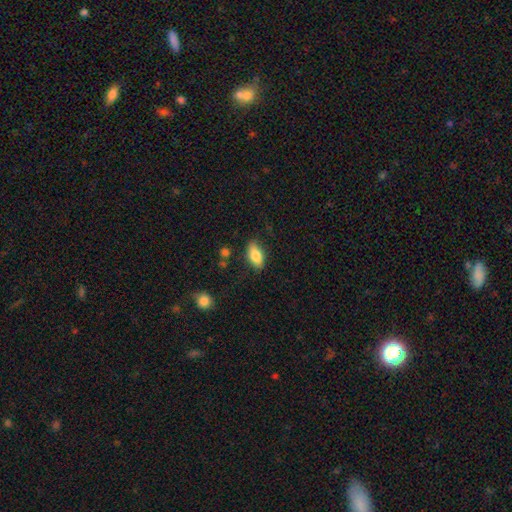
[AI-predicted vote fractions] Smooth or featured? Predicted: smooth (p=0.80). How rounded? Predicted: in between (p=0.89). Merging? Predicted: none (p=0.79).